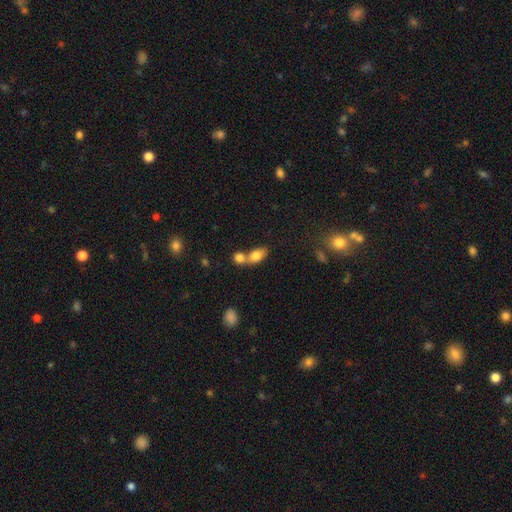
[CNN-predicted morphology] Overall: smooth (80%). How rounded: in between (82%). Merging: merger (60%; none 29%).